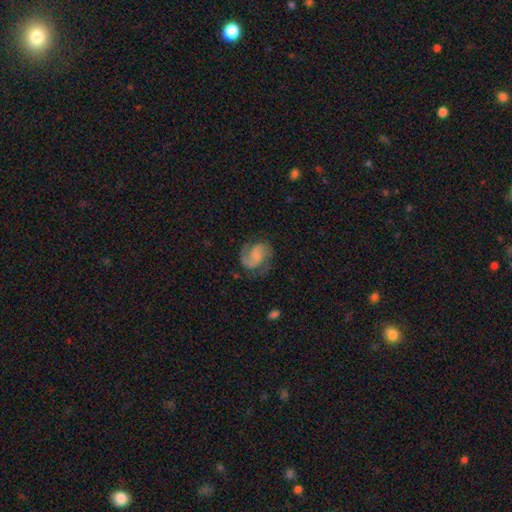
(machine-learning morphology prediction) Overall: featured or disk (74%). Edge-on disk: no (98%). Bar: no (54%; weak 38%). Spiral arms: yes (94%). Spiral arm count: 2 (80%). Spiral winding: medium (50%; loose 26%). Bulge size: none (39%; small 36%). Merging: none (64%).